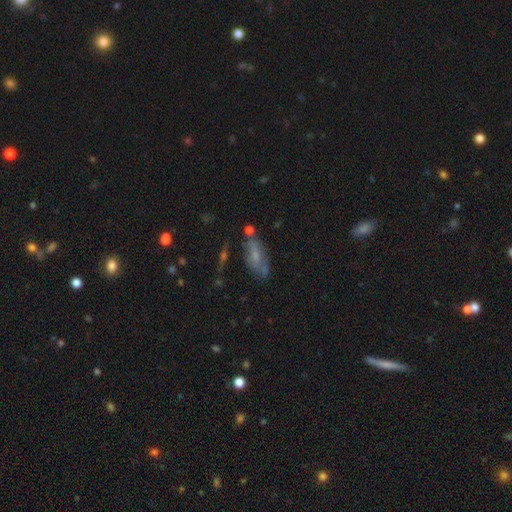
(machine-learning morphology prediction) Smooth or featured?
  - smooth: 50% *
  - featured or disk: 37%
  - star or artifact: 13%
How rounded?
  - in between: 72% *
  - cigar-shaped: 23%
  - round: 4%
Merging?
  - none: 56% *
  - minor disturbance: 22%
  - major disturbance: 11%
  - merger: 11%